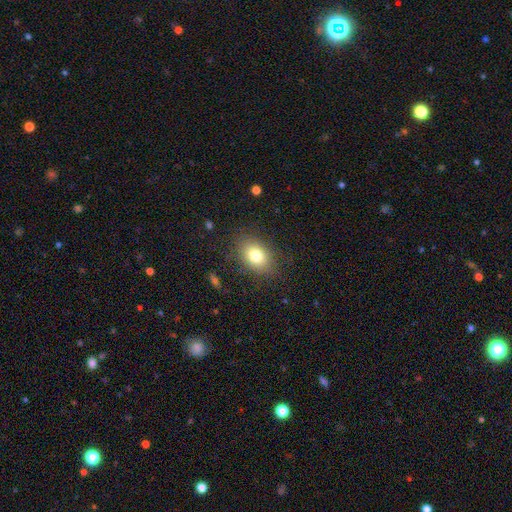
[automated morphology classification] smooth_or_featured: smooth (p=0.78) [alt: featured or disk p=0.11]
how_rounded: in between (p=0.71) [alt: round p=0.27]
merging: none (p=0.83) [alt: minor disturbance p=0.12]